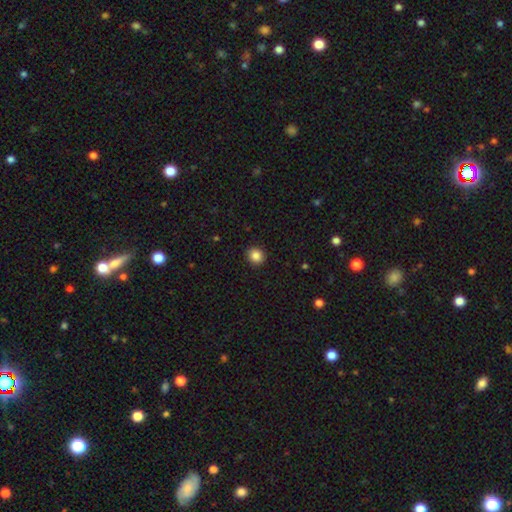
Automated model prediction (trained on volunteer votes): Overall: smooth (86%). How rounded: round (85%). Merging: none (92%).